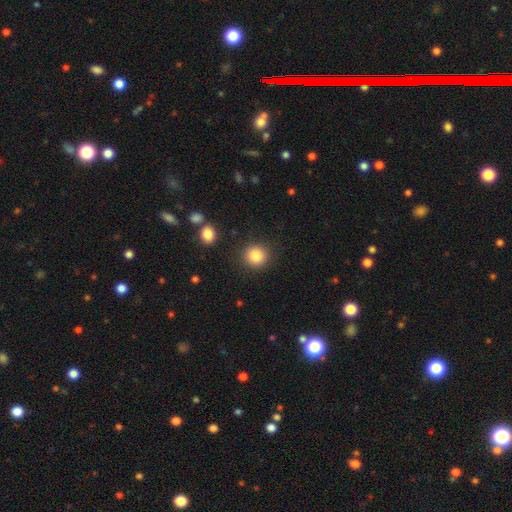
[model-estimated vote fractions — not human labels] Smooth or featured: smooth — 85% (star or artifact — 10%)
How rounded: round — 90% (in between — 9%)
Merging: none — 88% (minor disturbance — 7%)